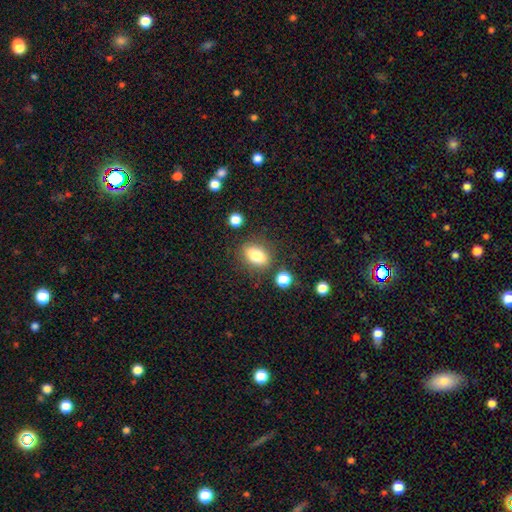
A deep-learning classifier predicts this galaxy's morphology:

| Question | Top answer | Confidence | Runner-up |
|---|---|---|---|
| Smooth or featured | smooth | 81% | featured or disk (10%) |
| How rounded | in between | 81% | round (16%) |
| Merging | none | 78% | minor disturbance (13%) |